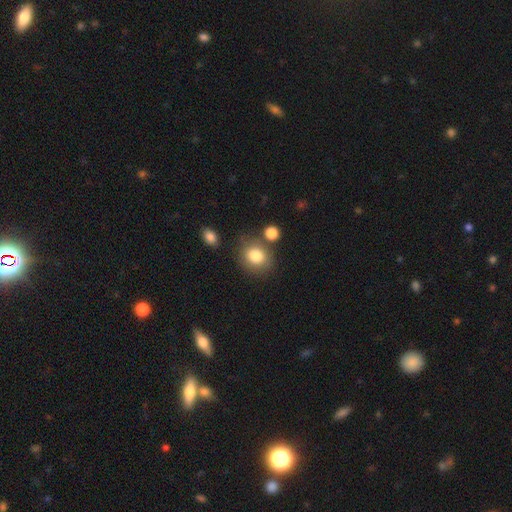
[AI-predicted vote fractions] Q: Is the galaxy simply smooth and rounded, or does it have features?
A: smooth — 82%.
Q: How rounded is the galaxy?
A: round — 69%.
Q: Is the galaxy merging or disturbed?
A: none — 72%.